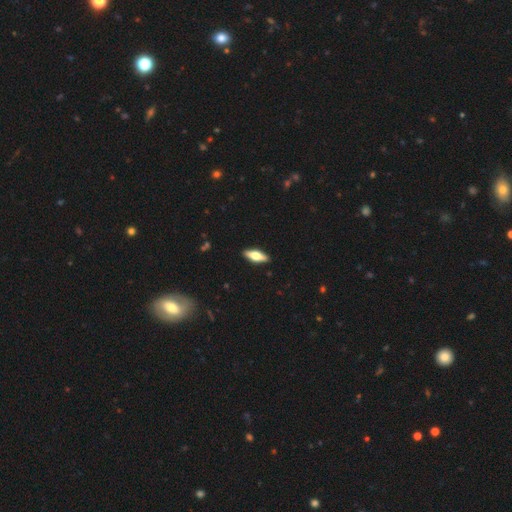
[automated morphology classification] Smooth or featured? smooth (54%)
How rounded? in between (60%)
Merging? none (90%)